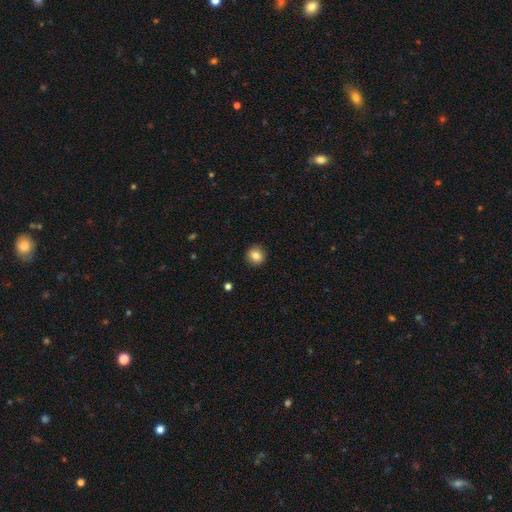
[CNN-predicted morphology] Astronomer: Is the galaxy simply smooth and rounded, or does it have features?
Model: smooth — 83%.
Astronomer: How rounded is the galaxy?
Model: round — 90%.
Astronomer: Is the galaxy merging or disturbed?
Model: none — 92%.